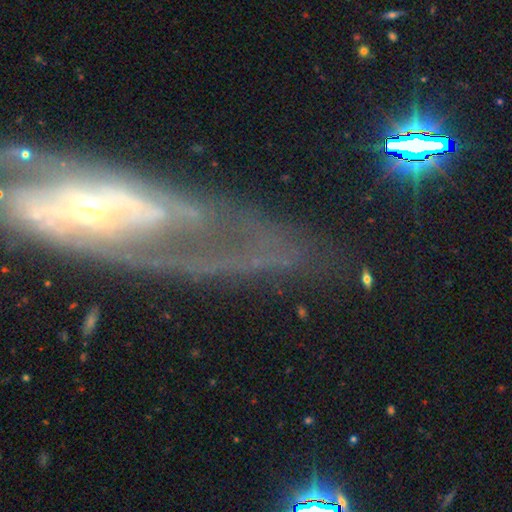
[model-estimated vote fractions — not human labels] Q: Smooth or featured?
A: featured or disk (66%); runner-up: star or artifact (18%)
Q: Edge-on disk?
A: no (73%); runner-up: yes (27%)
Q: Merging?
A: none (59%); runner-up: major disturbance (19%)